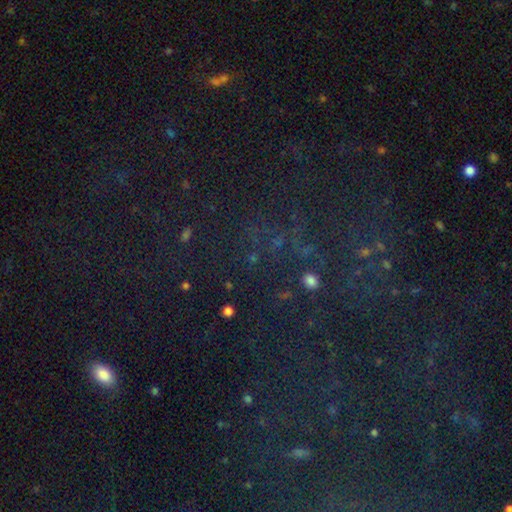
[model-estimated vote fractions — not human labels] Smooth or featured: star or artifact — 73% (smooth — 17%)